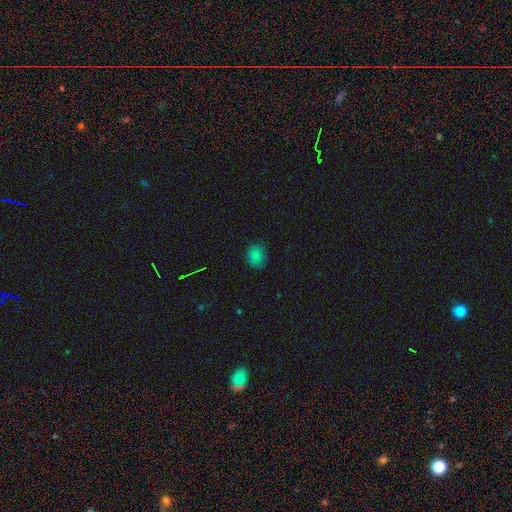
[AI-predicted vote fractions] smooth_or_featured: smooth (p=0.82) [alt: star or artifact p=0.13]
how_rounded: round (p=0.68) [alt: in between p=0.31]
merging: none (p=0.84) [alt: minor disturbance p=0.12]